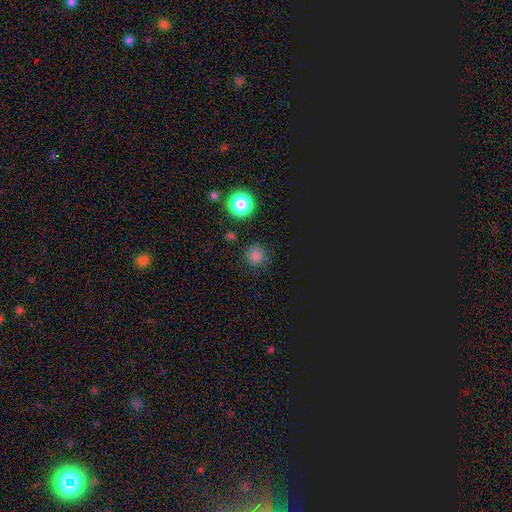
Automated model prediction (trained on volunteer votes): Morphology: type=smooth (73%); roundness=round (93%); merging=none (85%).